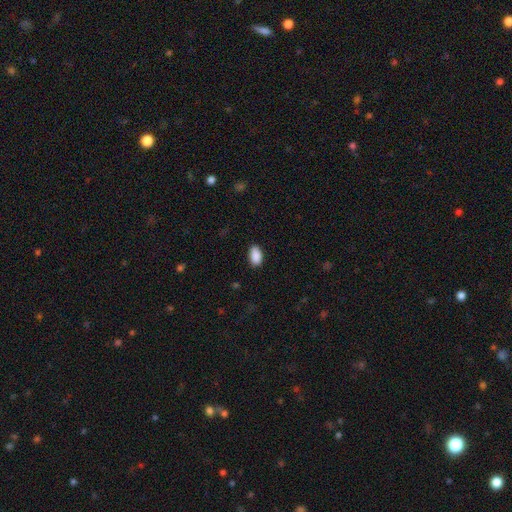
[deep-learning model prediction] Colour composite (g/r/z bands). It shows a smooth galaxy with no disk features (90%) that is in between round and cigar-shaped (94%). Merging: none (86%).